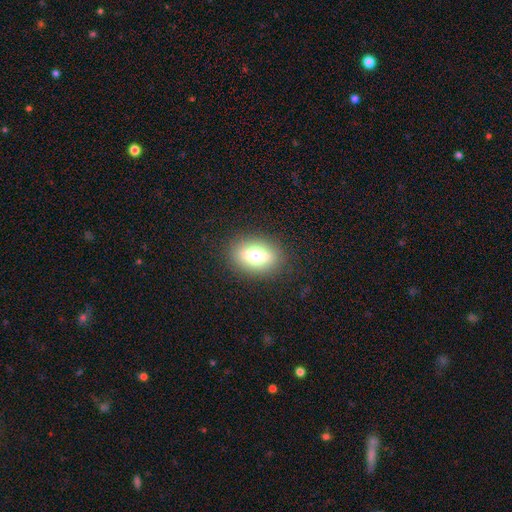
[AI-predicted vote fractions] Smooth or featured? smooth (54%)
How rounded? in between (69%)
Merging? none (86%)